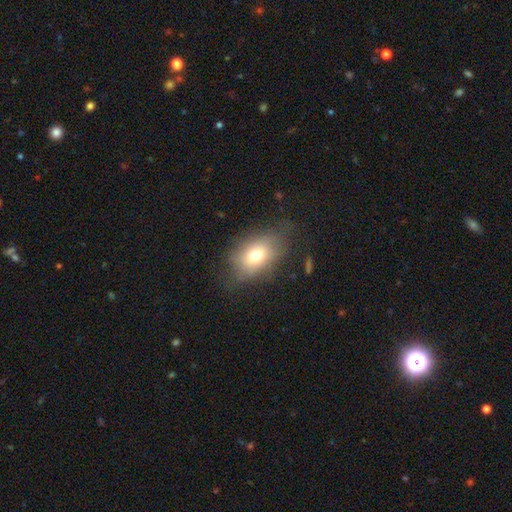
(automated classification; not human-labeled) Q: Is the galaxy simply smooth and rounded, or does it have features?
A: smooth — 72%.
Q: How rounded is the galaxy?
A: in between — 78%.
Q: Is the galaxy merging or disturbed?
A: none — 66%.